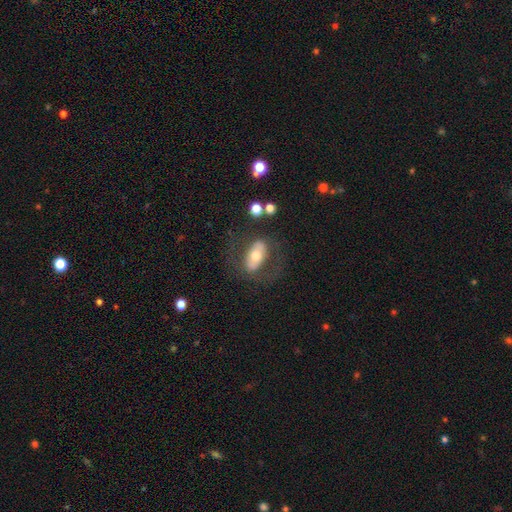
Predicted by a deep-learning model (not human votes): A featured or disk galaxy (48%). Merging: none (64%).